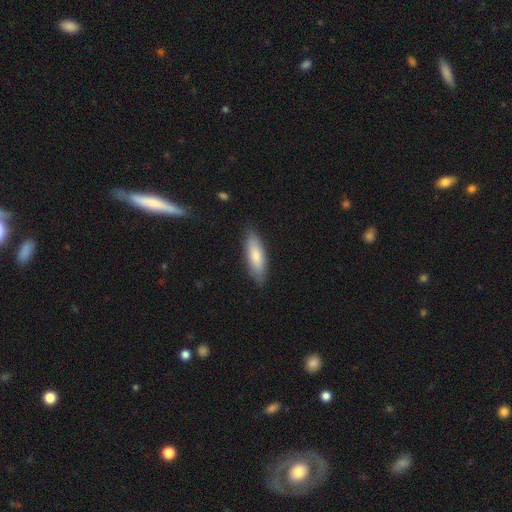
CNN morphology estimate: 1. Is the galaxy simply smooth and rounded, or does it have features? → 78% smooth, 17% featured or disk, 5% star or artifact.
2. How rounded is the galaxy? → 52% in between, 47% cigar-shaped, 2% round.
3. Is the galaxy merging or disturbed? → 85% none, 12% minor disturbance, 2% major disturbance, 1% merger.